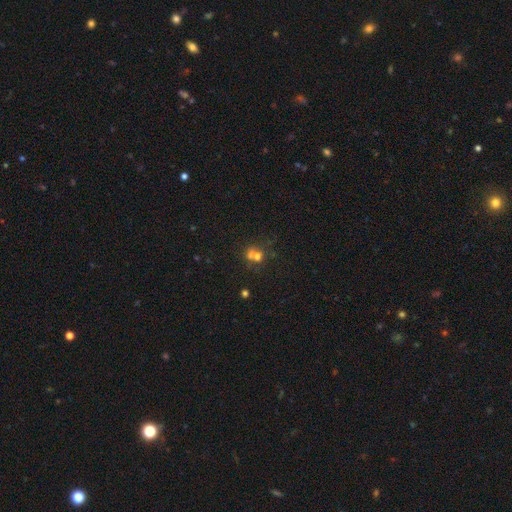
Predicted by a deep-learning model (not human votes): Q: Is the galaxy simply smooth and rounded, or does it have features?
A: smooth — 60%.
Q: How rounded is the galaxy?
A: round — 75%.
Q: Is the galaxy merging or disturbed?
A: merger — 58%.